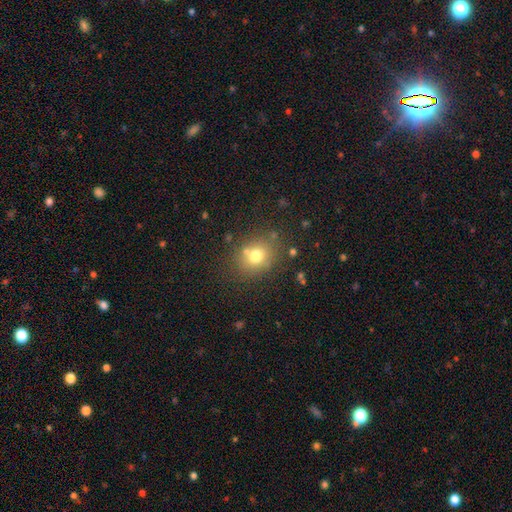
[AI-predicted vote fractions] smooth-or-featured: smooth: 71% | star or artifact: 15% | featured or disk: 13%
  how-rounded: round: 68% | in between: 31% | cigar-shaped: 1%
  merging: none: 74% | minor disturbance: 12% | merger: 9% | major disturbance: 5%